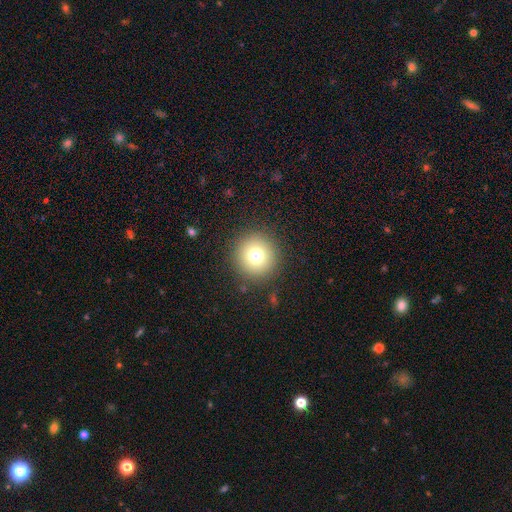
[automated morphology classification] Smooth or featured: smooth — 77% (star or artifact — 12%)
How rounded: round — 95% (in between — 4%)
Merging: none — 90% (minor disturbance — 6%)